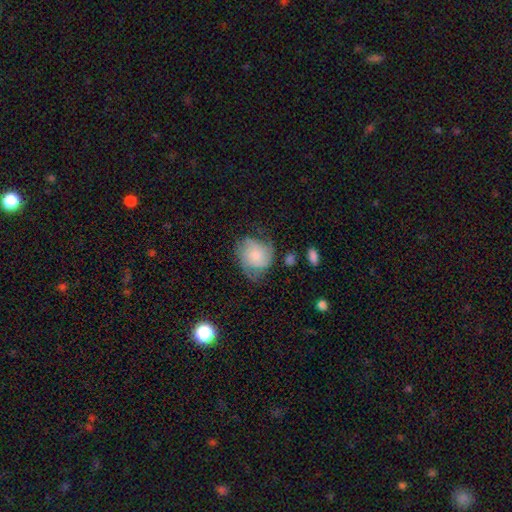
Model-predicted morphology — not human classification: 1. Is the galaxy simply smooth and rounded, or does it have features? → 47% featured or disk, 45% smooth, 8% star or artifact.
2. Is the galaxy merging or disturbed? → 48% none, 31% minor disturbance, 19% major disturbance, 3% merger.